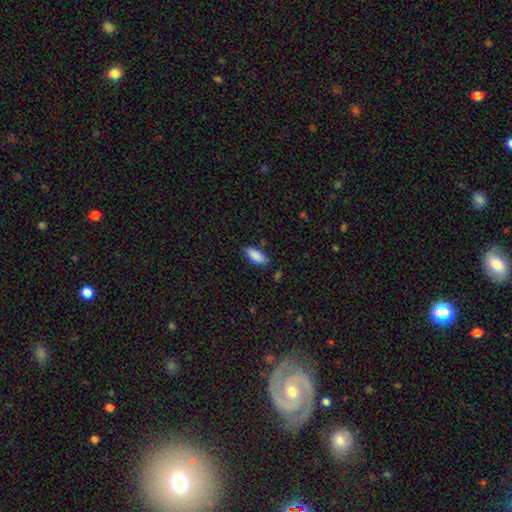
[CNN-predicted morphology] Smooth or featured? Predicted: smooth (p=0.88). How rounded? Predicted: in between (p=0.79). Merging? Predicted: none (p=0.81).